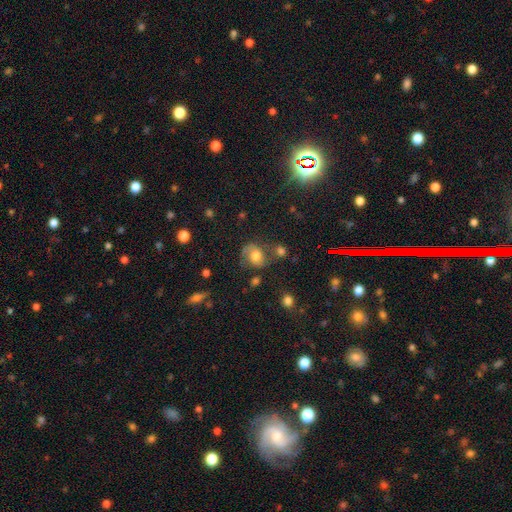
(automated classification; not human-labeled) featured or disk 52%, smooth 36%, star or artifact 12%. Down the decision tree: edge-on disk — no (97%); bar — no (69%); spiral arms — yes (86%); bulge size — moderate (55%); merging — none (55%).